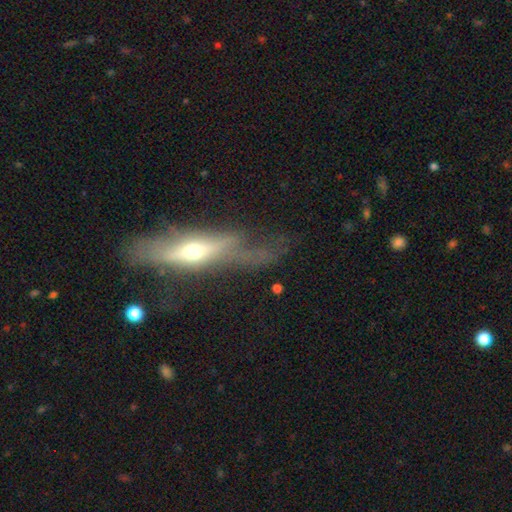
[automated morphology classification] Smooth or featured? Predicted: featured or disk (p=0.68). Edge-on disk? Predicted: yes (p=0.67). Merging? Predicted: none (p=0.44).